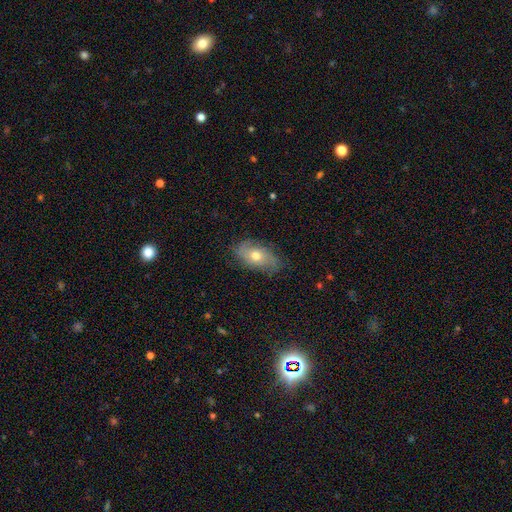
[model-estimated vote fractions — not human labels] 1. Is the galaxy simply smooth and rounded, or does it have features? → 48% featured or disk, 42% smooth, 9% star or artifact.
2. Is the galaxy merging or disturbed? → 74% none, 20% minor disturbance, 5% major disturbance, 1% merger.